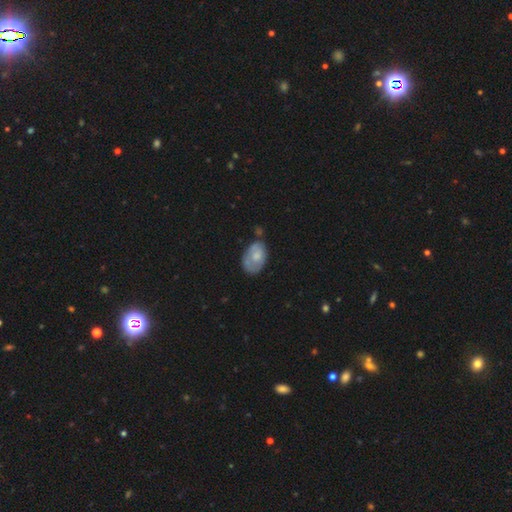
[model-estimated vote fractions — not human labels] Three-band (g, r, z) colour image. It shows a smooth galaxy with no disk features (63%) that is in between round and cigar-shaped (88%). Merging: none (50%).